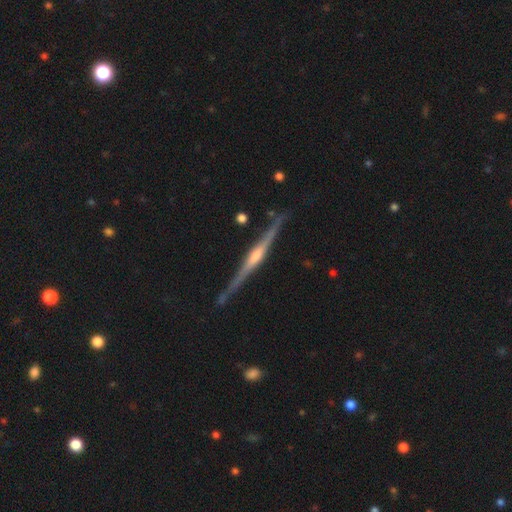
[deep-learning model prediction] Smooth or featured: featured or disk — 88% (smooth — 8%)
Edge-on disk: yes — 98% (no — 2%)
Edge-on bulge: rounded — 81% (boxy — 11%)
Merging: none — 86% (minor disturbance — 10%)